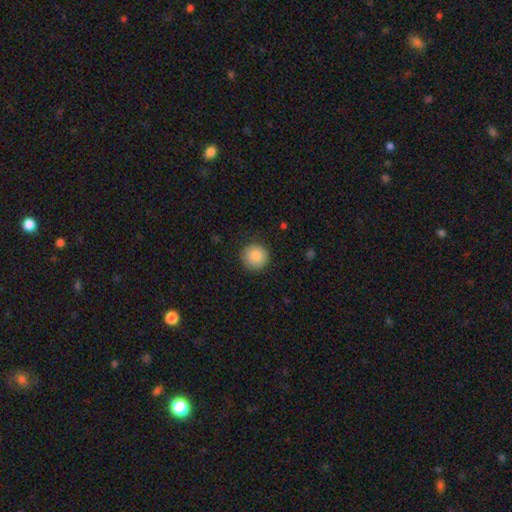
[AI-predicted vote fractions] smooth 86%, star or artifact 8%, featured or disk 6%. Down the decision tree: how rounded — round (95%); merging — none (89%).